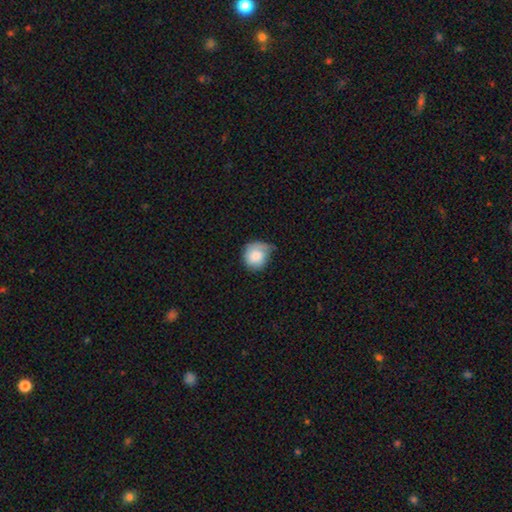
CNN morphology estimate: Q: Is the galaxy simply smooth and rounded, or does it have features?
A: smooth — 78%.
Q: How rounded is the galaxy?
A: round — 83%.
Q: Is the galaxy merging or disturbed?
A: minor disturbance — 42%.